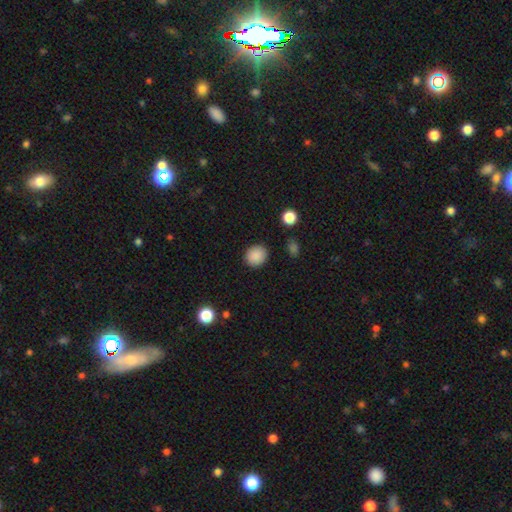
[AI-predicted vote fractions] The model was most divided on "how rounded": round: 77%, in between: 22%, cigar-shaped: 1%. More confident: merging — none (89%); smooth or featured — smooth (88%).